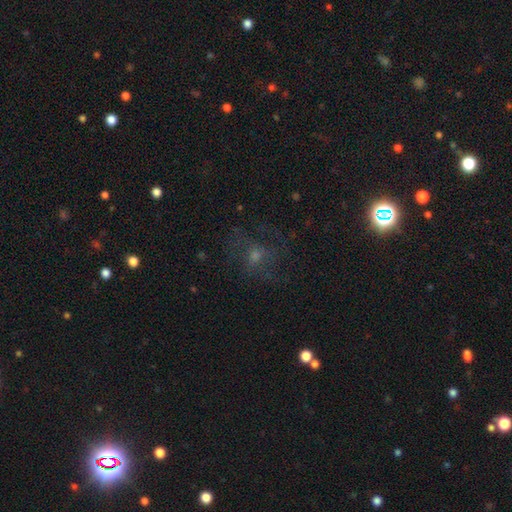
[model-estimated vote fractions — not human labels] This appears to be a smooth galaxy with no disk features (38%). Merging: none (57%).